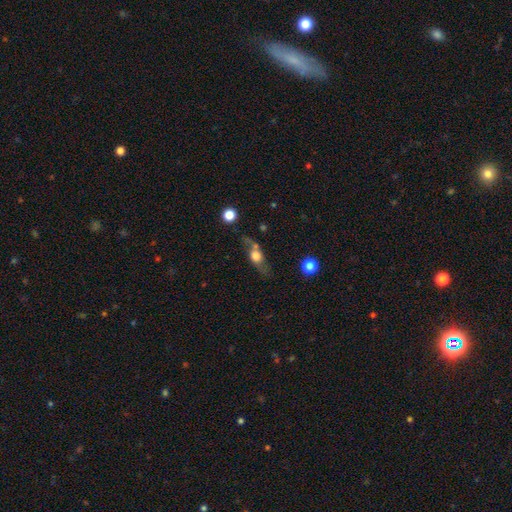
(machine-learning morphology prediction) Smooth or featured? Predicted: featured or disk (p=0.47). Merging? Predicted: none (p=0.58).